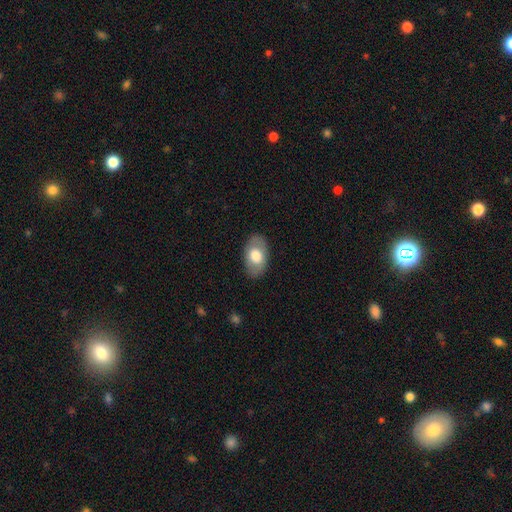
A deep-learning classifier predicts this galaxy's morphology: smooth-or-featured: smooth: 68% | featured or disk: 26% | star or artifact: 6%
  how-rounded: in between: 92% | round: 7% | cigar-shaped: 1%
  merging: none: 85% | minor disturbance: 11% | major disturbance: 3% | merger: 1%